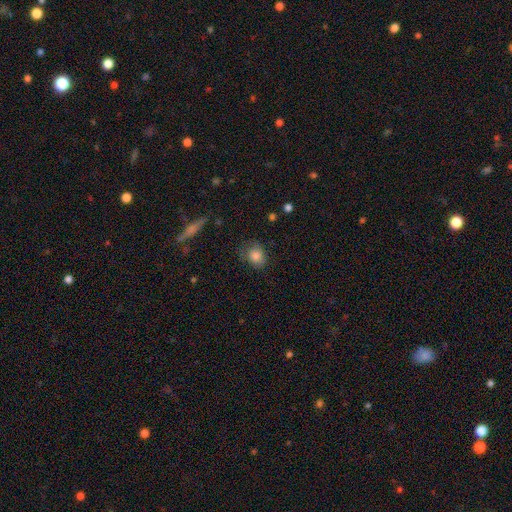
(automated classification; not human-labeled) Smooth or featured: smooth — 83% (star or artifact — 9%)
How rounded: round — 57% (in between — 42%)
Merging: none — 65% (minor disturbance — 25%)